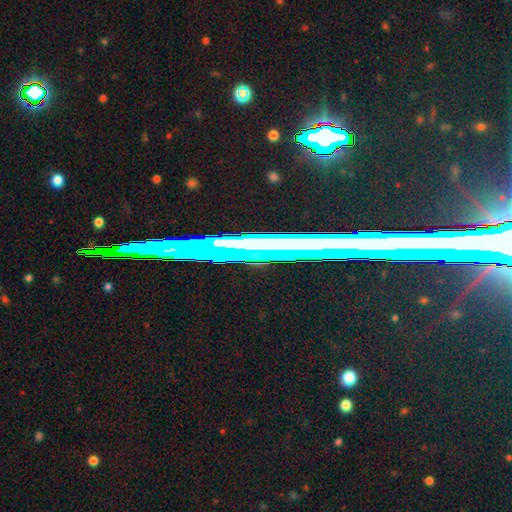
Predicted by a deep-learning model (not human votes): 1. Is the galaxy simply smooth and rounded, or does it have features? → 52% star or artifact, 28% featured or disk, 20% smooth.